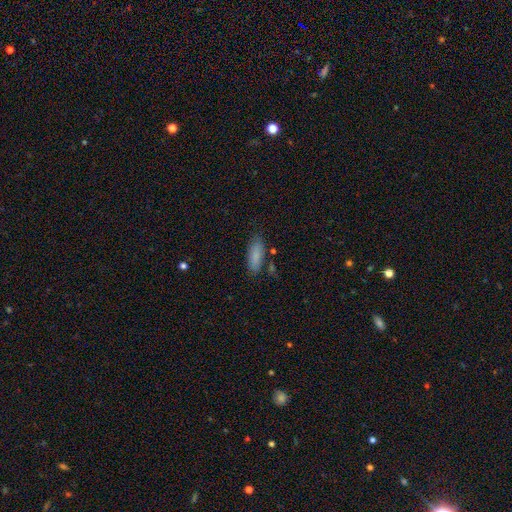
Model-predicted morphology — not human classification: Smooth or featured?
  - smooth: 85% *
  - featured or disk: 8%
  - star or artifact: 7%
How rounded?
  - in between: 69% *
  - cigar-shaped: 30%
  - round: 2%
Merging?
  - none: 78% *
  - minor disturbance: 14%
  - merger: 4%
  - major disturbance: 3%